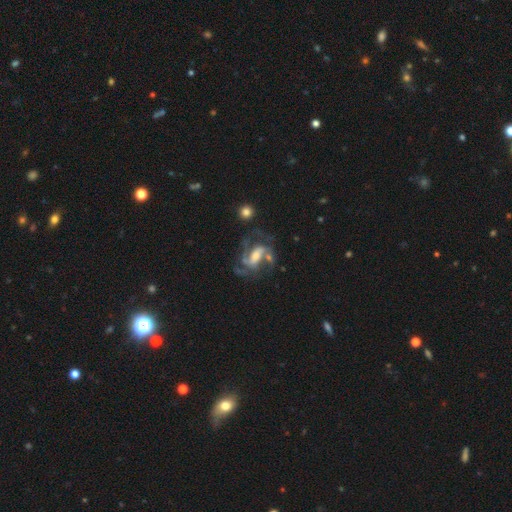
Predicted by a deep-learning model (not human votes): This is clearly a featured or disk galaxy (84%). It is clearly not viewed edge-on (96%). Bar: marginally weak (40%). Spiral arm pattern: clearly yes (93%). Spiral arm count: possibly 2 (47%). Spiral winding: possibly medium (51%). Central bulge: possibly moderate (51%). Merging: possibly none (49%).